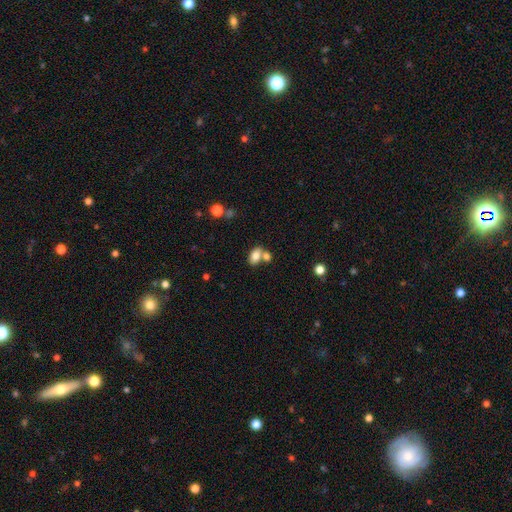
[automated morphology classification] Smooth or featured? Predicted: smooth (p=0.80). How rounded? Predicted: in between (p=0.86). Merging? Predicted: none (p=0.44).